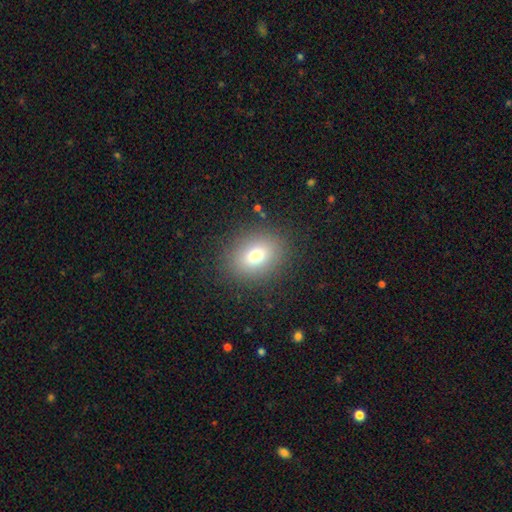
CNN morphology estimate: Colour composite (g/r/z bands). It shows a smooth galaxy with no disk features (74%) that is in between round and cigar-shaped (54%). Merging: none (86%).